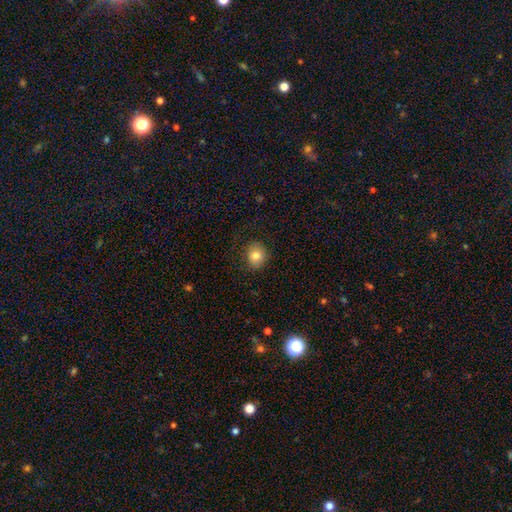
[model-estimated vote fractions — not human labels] Smooth or featured? Predicted: smooth (p=0.83). How rounded? Predicted: round (p=0.66). Merging? Predicted: none (p=0.86).